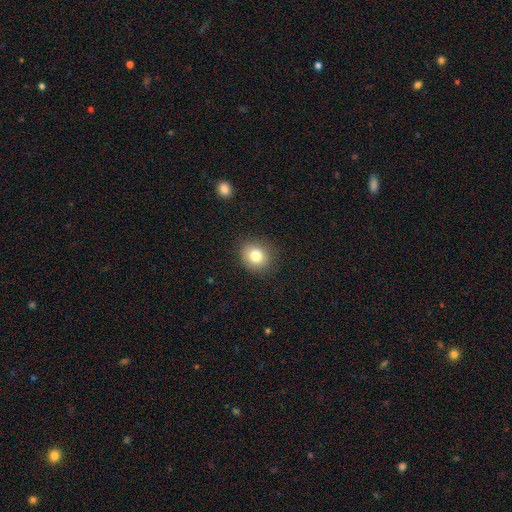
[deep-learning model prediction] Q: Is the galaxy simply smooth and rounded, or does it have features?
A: smooth — 81%.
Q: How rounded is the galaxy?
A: round — 77%.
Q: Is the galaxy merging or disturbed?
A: none — 88%.